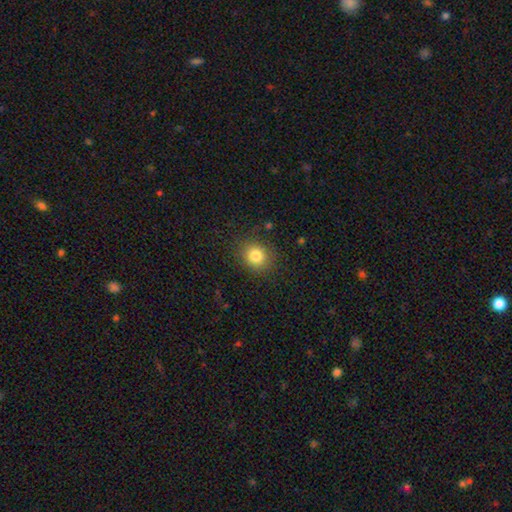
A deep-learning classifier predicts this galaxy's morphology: A smooth galaxy with no disk features (82%) that is round (76%).

Vote fractions:
- Smooth or featured? smooth: 82% / star or artifact: 11% / featured or disk: 7%
- How rounded? round: 76% / in between: 23% / cigar-shaped: 1%
- Merging? none: 85% / minor disturbance: 10% / major disturbance: 4% / merger: 1%